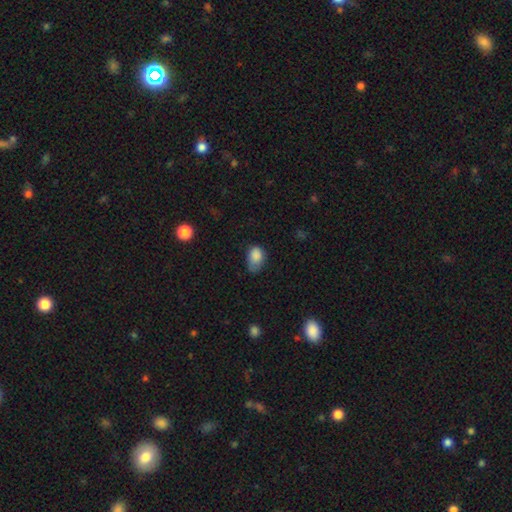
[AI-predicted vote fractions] Smooth or featured? smooth (85%)
How rounded? in between (80%)
Merging? minor disturbance (44%)